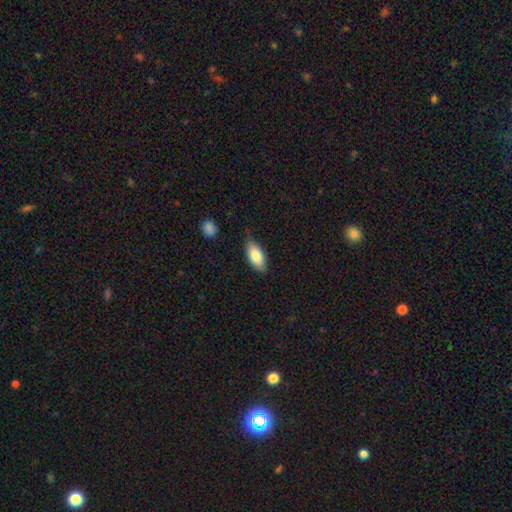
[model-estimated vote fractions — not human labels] Smooth or featured? smooth (81%)
How rounded? in between (89%)
Merging? none (77%)